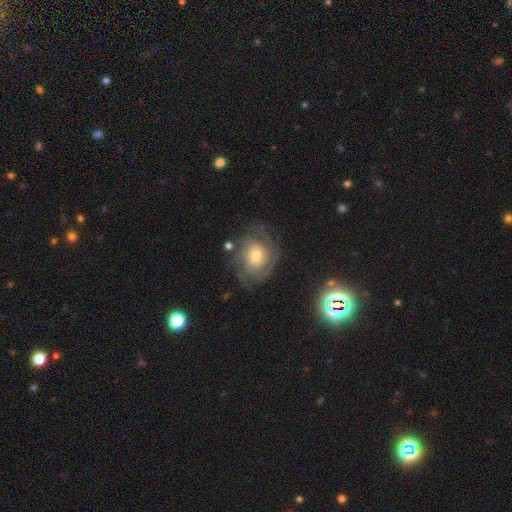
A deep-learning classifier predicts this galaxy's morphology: featured or disk 80%, smooth 13%, star or artifact 7%. Down the decision tree: edge-on disk — no (97%); bar — no (75%); spiral arms — yes (93%); spiral arm count — can't tell (34%); spiral winding — tight (62%); bulge size — moderate (55%); merging — none (72%).